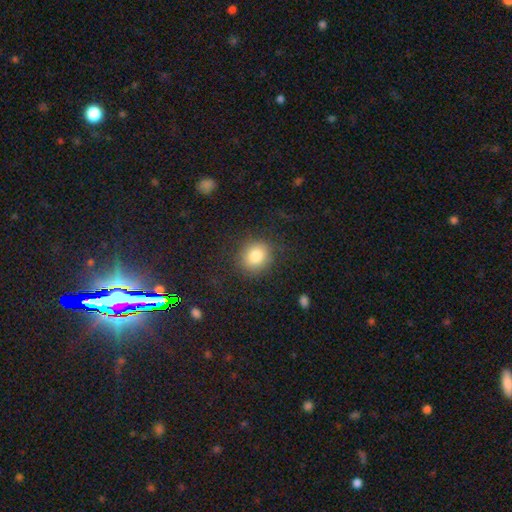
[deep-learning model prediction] smooth_or_featured: smooth (p=0.81) [alt: star or artifact p=0.10]
how_rounded: round (p=0.78) [alt: in between p=0.21]
merging: none (p=0.81) [alt: minor disturbance p=0.11]